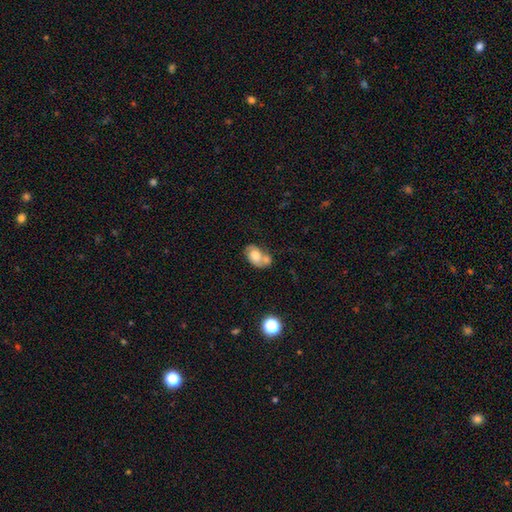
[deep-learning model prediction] Smooth or featured: smooth — 58% (featured or disk — 33%)
How rounded: in between — 75% (round — 23%)
Merging: merger — 50% (none — 27%)